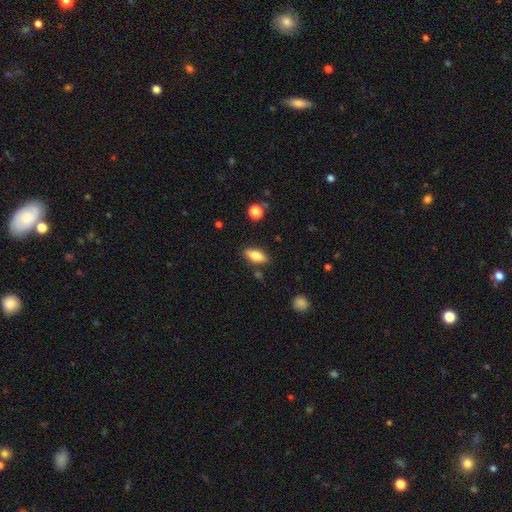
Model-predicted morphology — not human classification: smooth_or_featured: smooth (p=0.78) [alt: featured or disk p=0.15]
how_rounded: in between (p=0.82) [alt: cigar-shaped p=0.15]
merging: none (p=0.84) [alt: minor disturbance p=0.11]